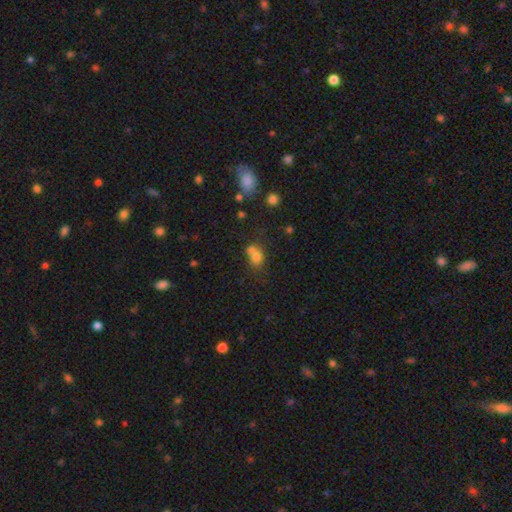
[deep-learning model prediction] Smooth or featured? smooth (71%)
How rounded? round (60%)
Merging? merger (56%)